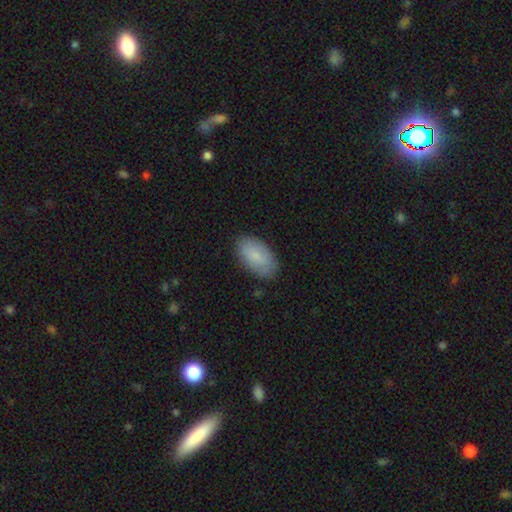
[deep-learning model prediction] Smooth or featured? smooth (85%)
How rounded? in between (94%)
Merging? none (84%)